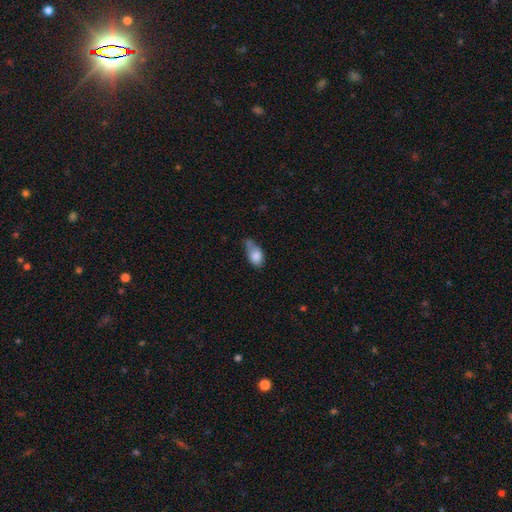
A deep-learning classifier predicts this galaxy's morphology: This is clearly a smooth galaxy (81%). How rounded: clearly in between (88%). Merging: marginally minor disturbance (42%).